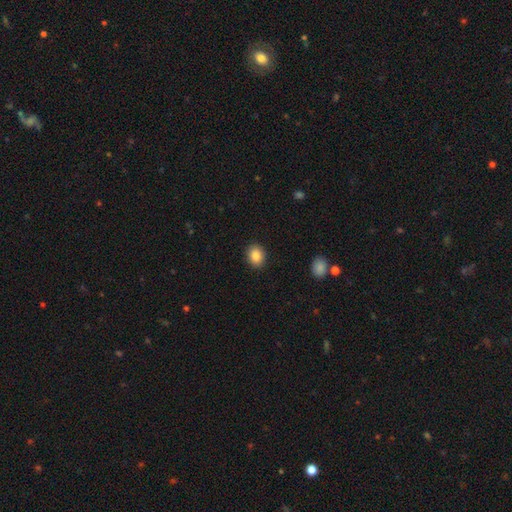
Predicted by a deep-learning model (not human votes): Smooth or featured? Predicted: smooth (p=0.87). How rounded? Predicted: round (p=0.50). Merging? Predicted: none (p=0.90).